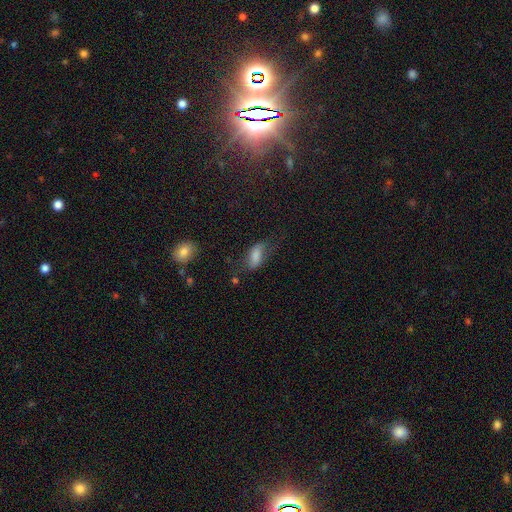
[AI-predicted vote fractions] Smooth or featured? smooth (73%)
How rounded? in between (88%)
Merging? none (50%)